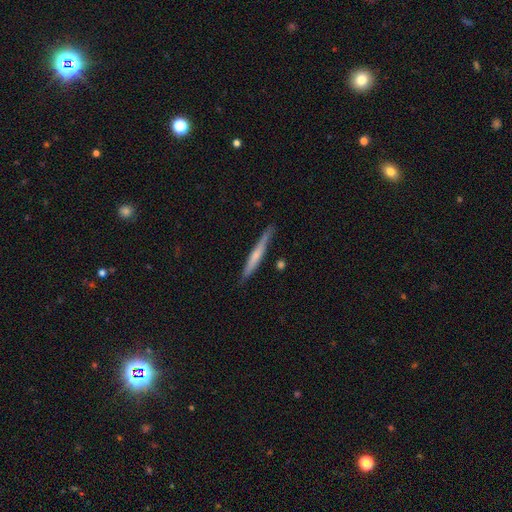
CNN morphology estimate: The model was most divided on "smooth or featured": smooth: 49%, featured or disk: 45%, star or artifact: 5%. More confident: merging — none (84%).